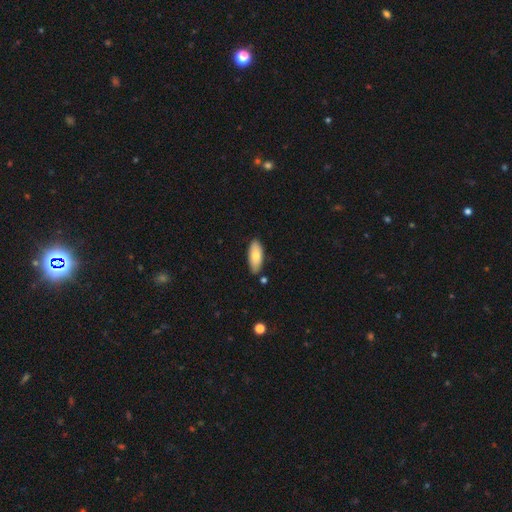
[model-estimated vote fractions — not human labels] A smooth galaxy with no disk features (76%) that is in between round and cigar-shaped (82%). Merging: none (81%).